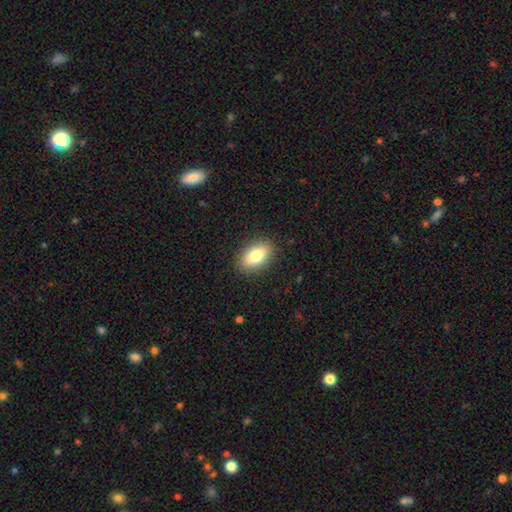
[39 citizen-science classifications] smooth 74%, featured or disk 21%, star or artifact 5%. Down the decision tree: how rounded — in between (90%); merging — none (92%).